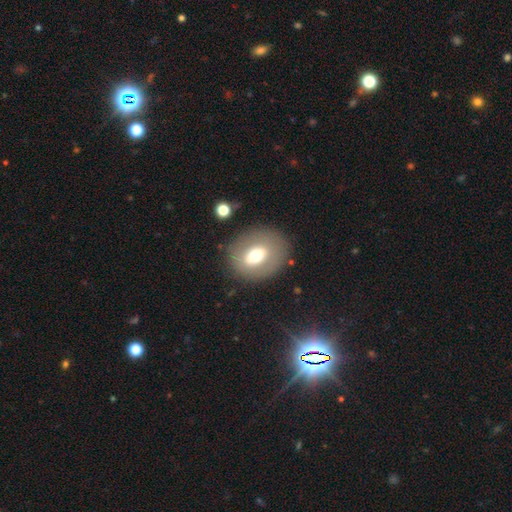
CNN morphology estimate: Smooth or featured: smooth — 57% (featured or disk — 34%)
How rounded: in between — 50% (round — 48%)
Merging: none — 80% (minor disturbance — 12%)